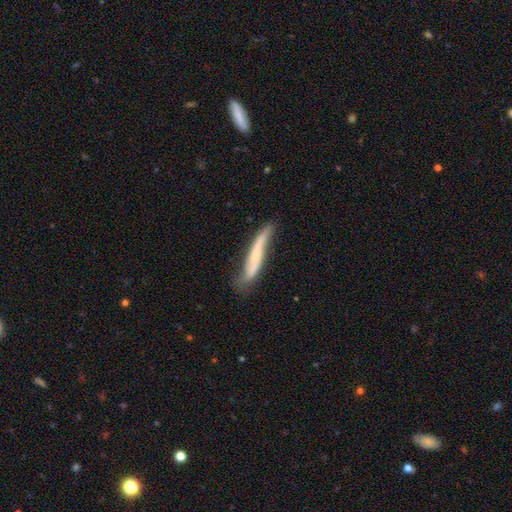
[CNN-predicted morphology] A featured or disk galaxy (64%) viewed edge-on (54%).

Vote fractions:
- Smooth or featured? featured or disk: 64% / smooth: 30% / star or artifact: 6%
- Edge-on disk? yes: 54% / no: 46%
- Merging? none: 58% / minor disturbance: 29% / major disturbance: 10% / merger: 3%